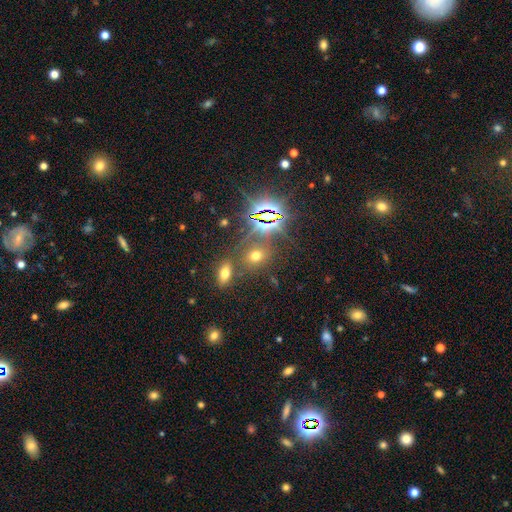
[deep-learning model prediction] A smooth galaxy with no disk features (49%).

Vote fractions:
- Smooth or featured? smooth: 49% / star or artifact: 40% / featured or disk: 11%
- Merging? none: 72% / merger: 12% / minor disturbance: 10% / major disturbance: 5%